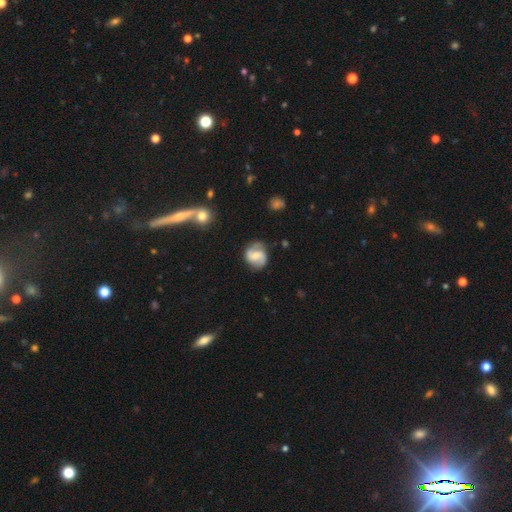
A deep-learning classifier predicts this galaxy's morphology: Overall: featured or disk (70%). Edge-on disk: no (98%). Bar: weak (48%; no 34%). Spiral arms: yes (92%). Spiral arm count: 2 (88%). Spiral winding: medium (46%; loose 31%). Bulge size: moderate (48%; small 42%). Merging: none (76%).